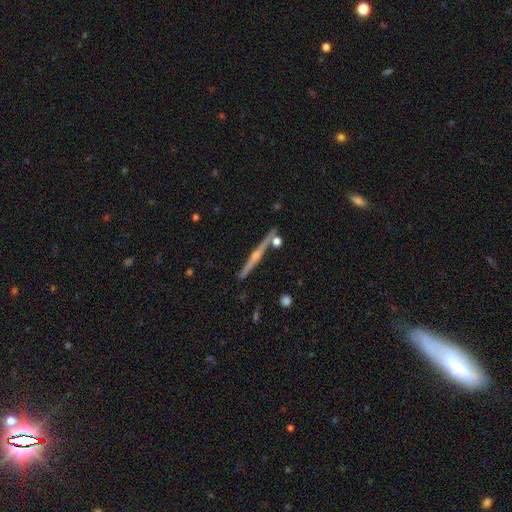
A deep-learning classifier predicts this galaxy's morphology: Q: Smooth or featured?
A: featured or disk (81%); runner-up: smooth (13%)
Q: Edge-on disk?
A: yes (98%); runner-up: no (2%)
Q: Edge-on bulge?
A: rounded (80%); runner-up: none (14%)
Q: Merging?
A: none (86%); runner-up: minor disturbance (8%)